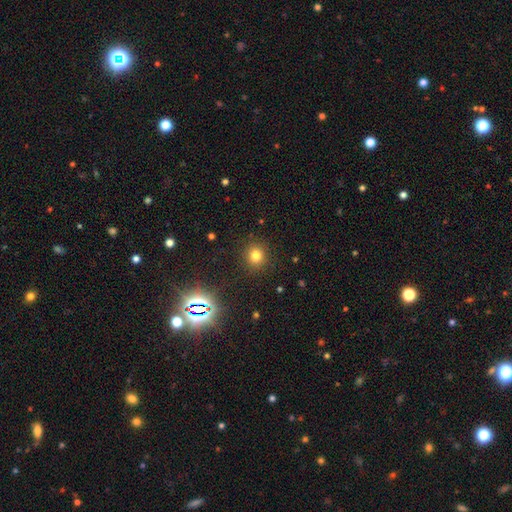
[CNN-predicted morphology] Smooth or featured: smooth — 76% (star or artifact — 18%)
How rounded: round — 86% (in between — 13%)
Merging: none — 89% (minor disturbance — 7%)